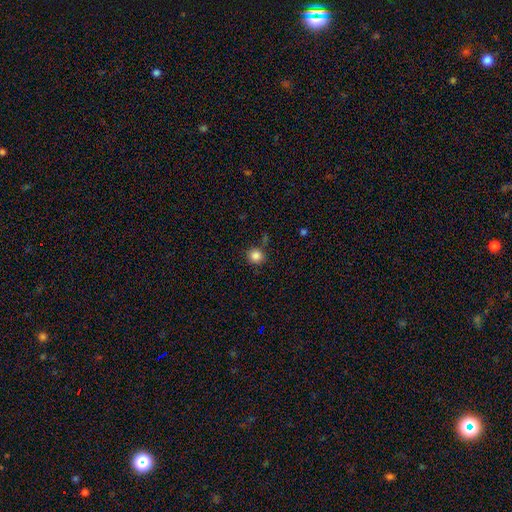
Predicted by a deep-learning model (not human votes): Smooth or featured? smooth (85%)
How rounded? round (88%)
Merging? none (84%)